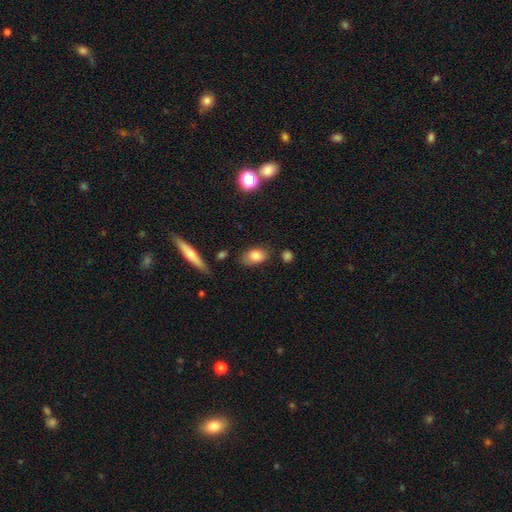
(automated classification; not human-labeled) Morphology: type=smooth (80%); roundness=in between (86%); merging=none (73%).